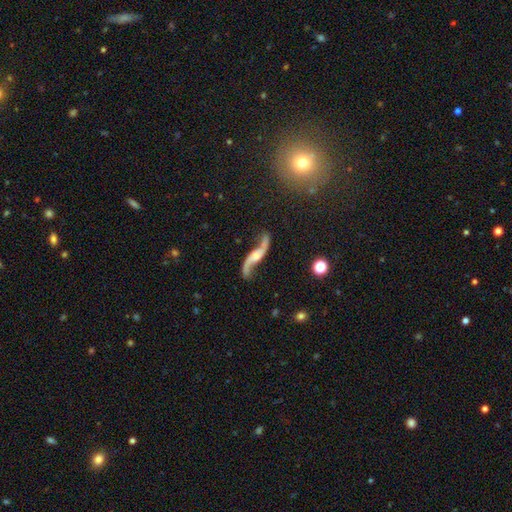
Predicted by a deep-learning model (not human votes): A featured or disk galaxy (89%) with no bar (56%), 2 (94%) loose (92%) spiral arms (96%) and a small central bulge (40%).

Vote fractions:
- Smooth or featured? featured or disk: 89% / smooth: 6% / star or artifact: 5%
- Edge-on disk? no: 88% / yes: 12%
- Bar? no: 56% / weak: 31% / strong: 13%
- Spiral arms? yes: 96% / no: 4%
- Spiral winding? loose: 92% / medium: 6% / tight: 2%
- Spiral arm count? 2: 94% / 1: 2% / can't tell: 1% / 3: 1% / 4: 1% / more than 4: 1%
- Bulge size? small: 40% / moderate: 35% / none: 16% / large: 6% / dominant: 2%
- Merging? none: 74% / minor disturbance: 14% / major disturbance: 8% / merger: 4%